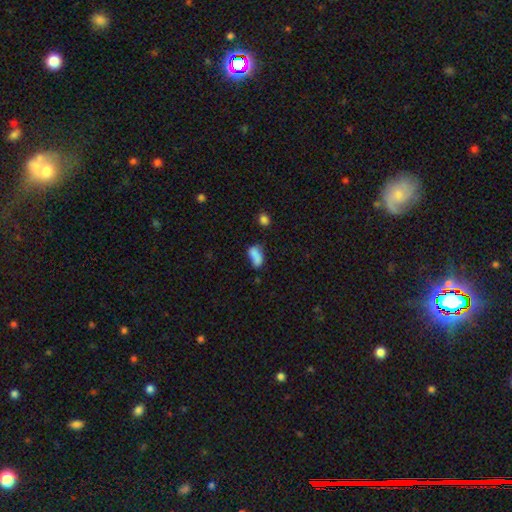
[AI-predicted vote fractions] Smooth or featured? smooth (76%)
How rounded? in between (83%)
Merging? none (37%)